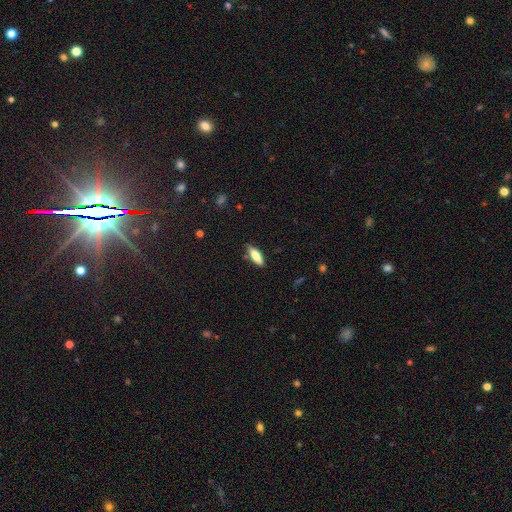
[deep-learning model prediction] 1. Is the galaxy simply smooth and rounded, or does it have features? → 73% smooth, 20% featured or disk, 7% star or artifact.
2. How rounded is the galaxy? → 53% in between, 45% cigar-shaped, 2% round.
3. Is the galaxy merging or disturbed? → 81% none, 14% minor disturbance, 3% major disturbance, 2% merger.